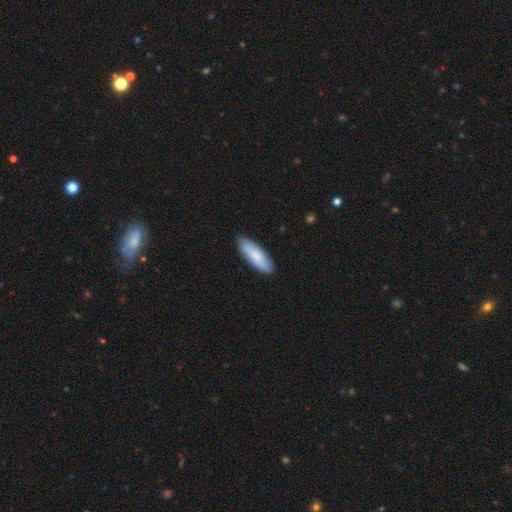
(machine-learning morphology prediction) This is likely a smooth galaxy (72%). How rounded: possibly in between (54%). Merging: clearly none (86%).